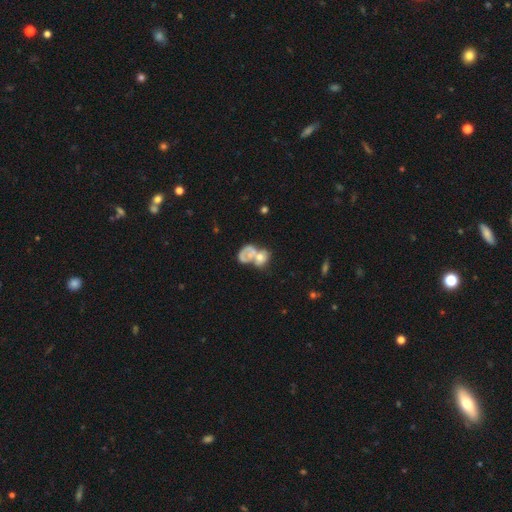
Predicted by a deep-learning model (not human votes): This is possibly a featured or disk galaxy (46%). Merging: likely merger (62%).